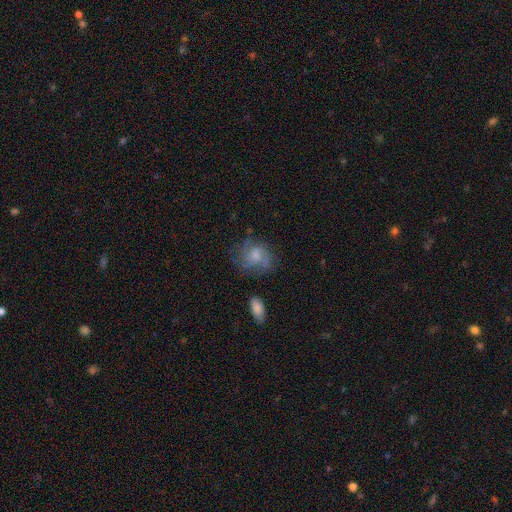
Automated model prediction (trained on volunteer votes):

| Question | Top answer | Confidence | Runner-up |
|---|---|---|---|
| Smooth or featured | featured or disk | 52% | smooth (39%) |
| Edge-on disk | no | 97% | yes (3%) |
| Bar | no | 70% | weak (27%) |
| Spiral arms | yes | 80% | no (20%) |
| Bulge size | moderate | 37% | small (34%) |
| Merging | none | 59% | minor disturbance (23%) |